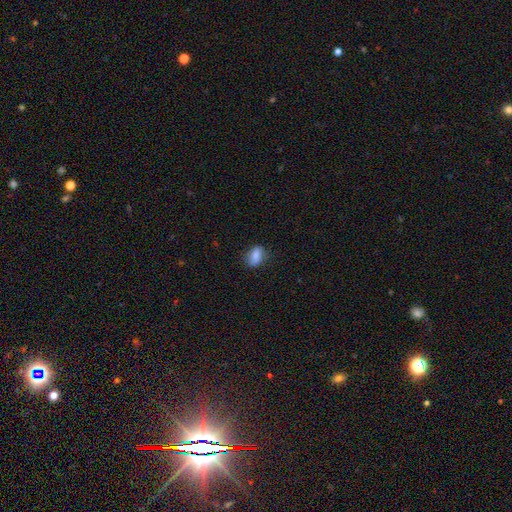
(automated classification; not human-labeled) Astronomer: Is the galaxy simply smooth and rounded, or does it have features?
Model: smooth — 76%.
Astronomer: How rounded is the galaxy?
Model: in between — 78%.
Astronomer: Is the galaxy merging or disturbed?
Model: none — 75%.